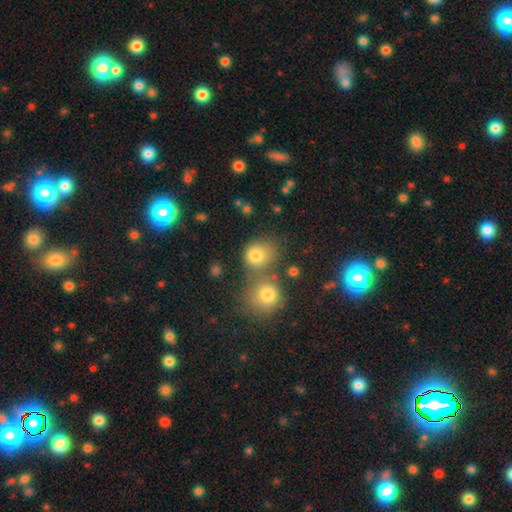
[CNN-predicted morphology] Smooth or featured: smooth — 78% (star or artifact — 14%)
How rounded: round — 76% (in between — 22%)
Merging: none — 48% (merger — 36%)